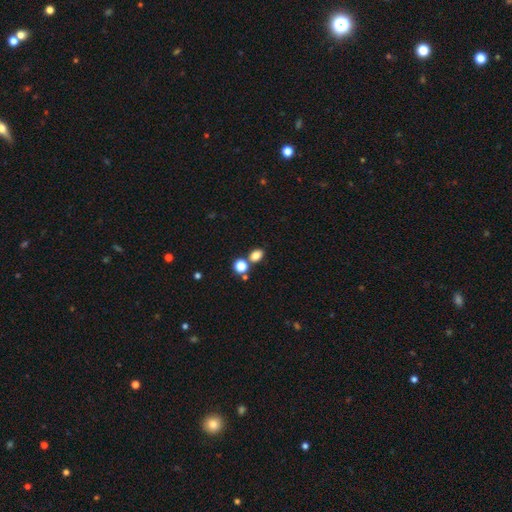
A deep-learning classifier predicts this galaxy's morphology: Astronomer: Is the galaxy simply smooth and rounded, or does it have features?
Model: smooth — 81%.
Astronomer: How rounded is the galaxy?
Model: in between — 66%.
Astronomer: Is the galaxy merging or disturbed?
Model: none — 69%.